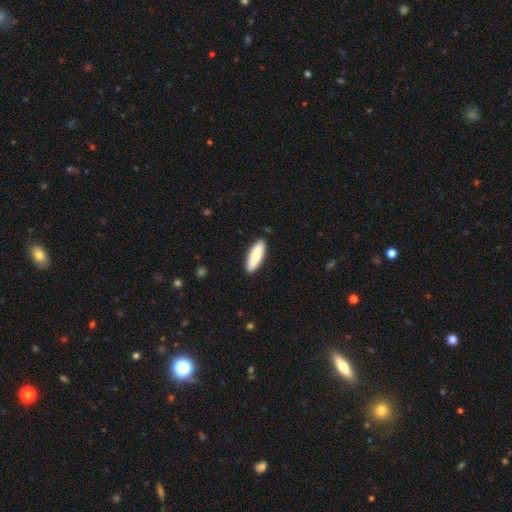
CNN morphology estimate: A smooth galaxy with no disk features (76%) that is cigar-shaped (49%, tied with in between). Merging: none (88%).